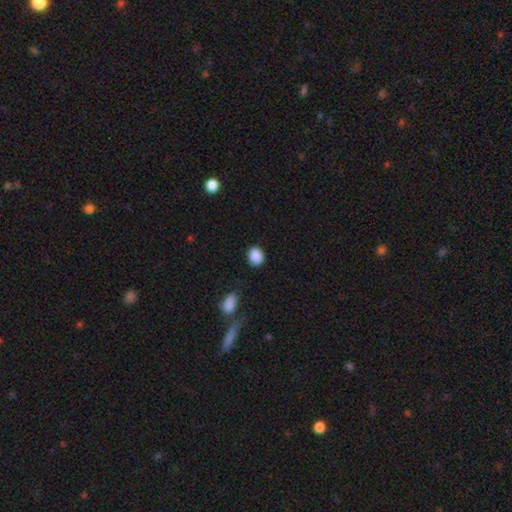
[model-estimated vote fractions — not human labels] Morphology: type=smooth (89%); roundness=round (61%); merging=none (86%).